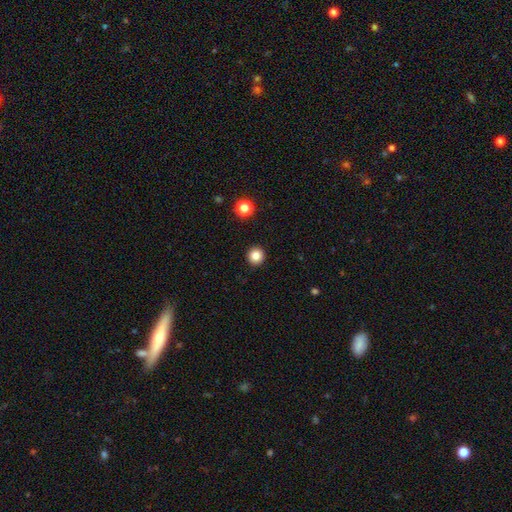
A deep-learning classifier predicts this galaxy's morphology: Q: Smooth or featured?
A: smooth (84%); runner-up: star or artifact (11%)
Q: How rounded?
A: round (95%); runner-up: in between (4%)
Q: Merging?
A: none (93%); runner-up: minor disturbance (4%)